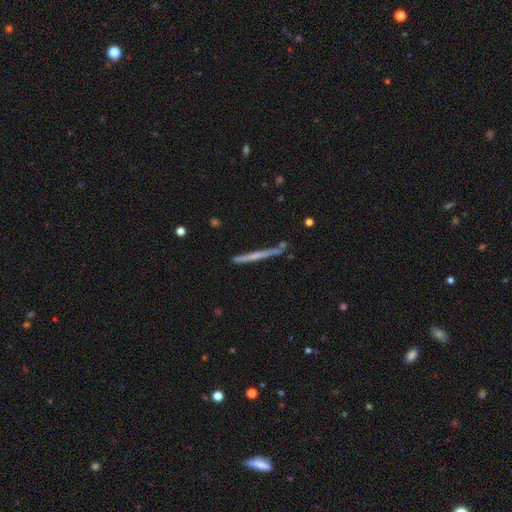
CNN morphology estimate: A featured or disk galaxy (58%) viewed edge-on (97%) with no central bulge (65%).

Vote fractions:
- Smooth or featured? featured or disk: 58% / smooth: 35% / star or artifact: 7%
- Edge-on disk? yes: 97% / no: 3%
- Edge-on bulge? none: 65% / rounded: 28% / boxy: 7%
- Merging? none: 83% / minor disturbance: 11% / merger: 3% / major disturbance: 2%